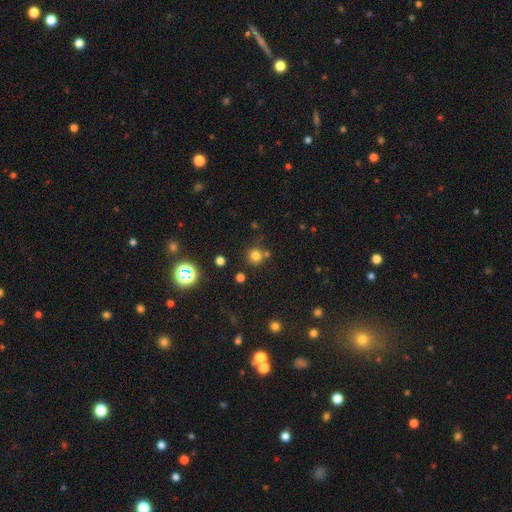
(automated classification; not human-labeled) The model was most divided on "smooth or featured": smooth: 76%, star or artifact: 18%, featured or disk: 6%. More confident: how rounded — round (93%); merging — none (76%).